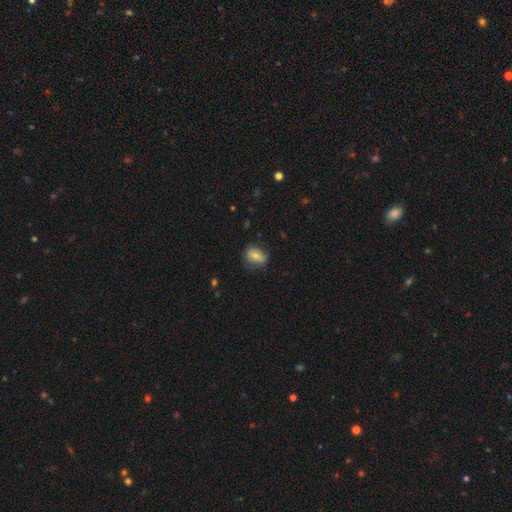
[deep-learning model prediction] A smooth galaxy with no disk features (67%) that is in between round and cigar-shaped (66%). Merging: none (66%).